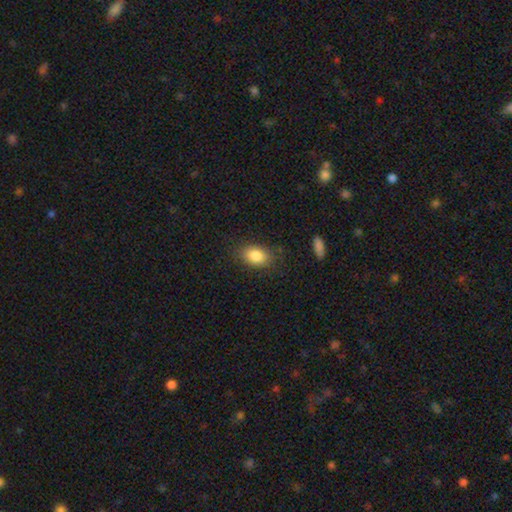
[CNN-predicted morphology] The model was most divided on "merging": none: 82%, minor disturbance: 13%, major disturbance: 4%, merger: 2%. More confident: smooth or featured — smooth (86%); how rounded — in between (84%).